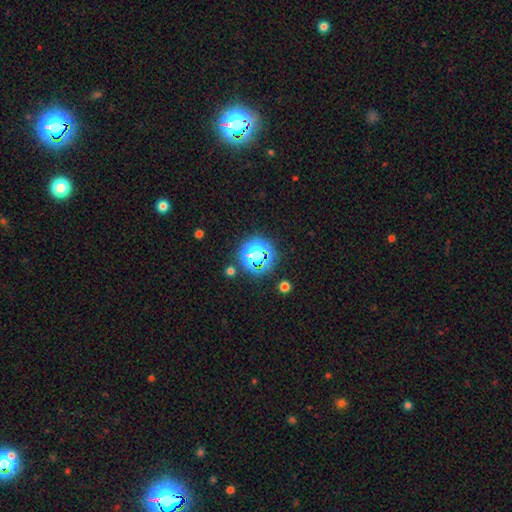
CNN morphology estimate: Overall: star or artifact (56%; smooth 33%).